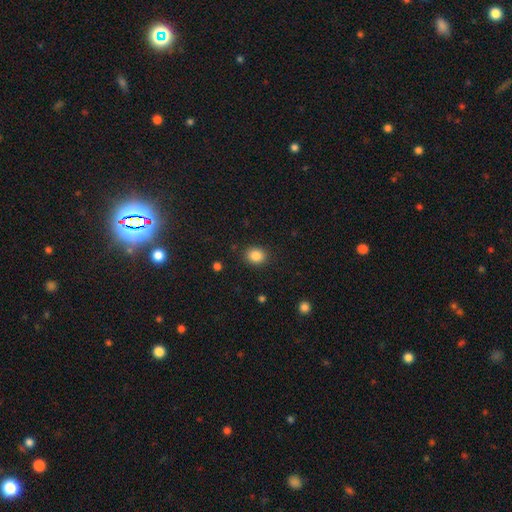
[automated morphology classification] Smooth or featured? Predicted: smooth (p=0.86). How rounded? Predicted: round (p=0.64). Merging? Predicted: none (p=0.89).